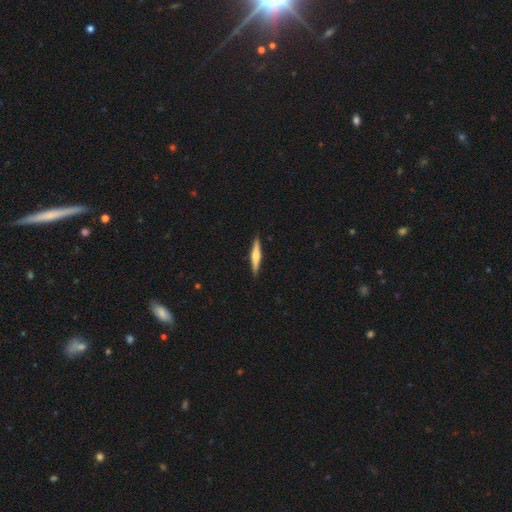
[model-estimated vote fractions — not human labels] A featured or disk galaxy (60%) viewed edge-on (97%) with a rounded central bulge (85%). Merging: none (91%).